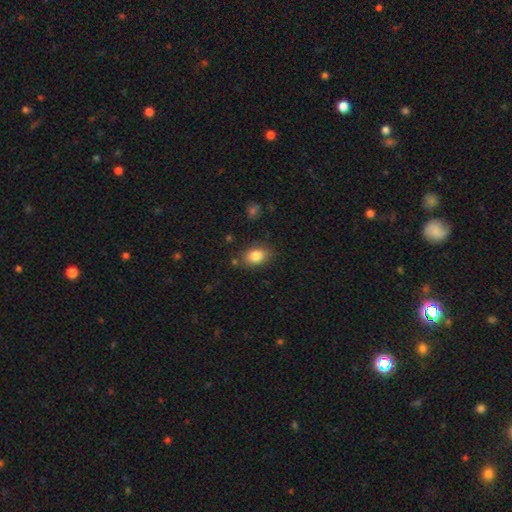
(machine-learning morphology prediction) The model was most divided on "how rounded": in between: 81%, round: 17%, cigar-shaped: 1%. More confident: smooth or featured — smooth (84%); merging — none (80%).